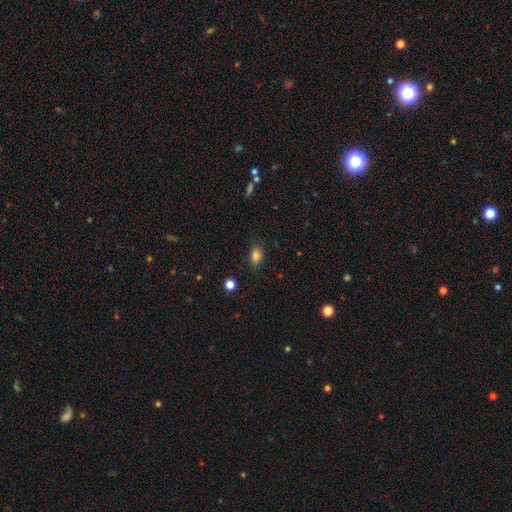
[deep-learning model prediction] This is clearly a smooth galaxy (83%). How rounded: likely in between (78%). Merging: clearly none (83%).